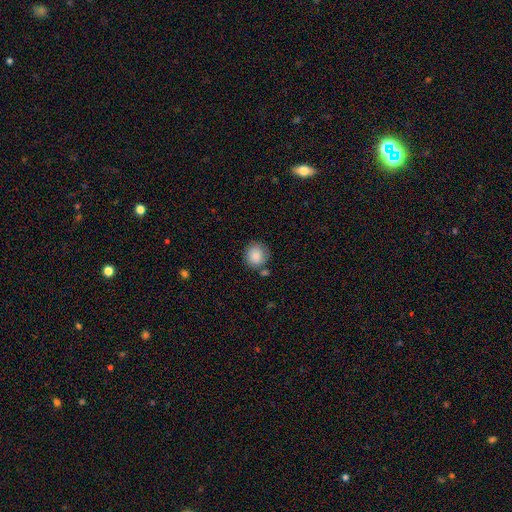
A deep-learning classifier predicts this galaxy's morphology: The model was most divided on "merging": none: 76%, minor disturbance: 12%, merger: 8%, major disturbance: 3%. More confident: how rounded — round (90%); smooth or featured — smooth (88%).